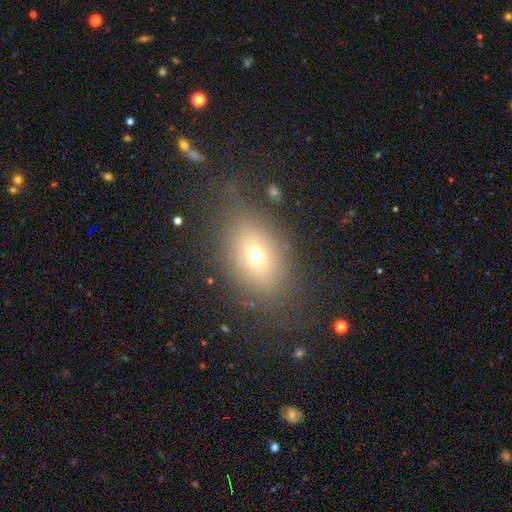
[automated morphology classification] smooth 66%, featured or disk 18%, star or artifact 16%. Down the decision tree: how rounded — in between (71%); merging — none (70%).